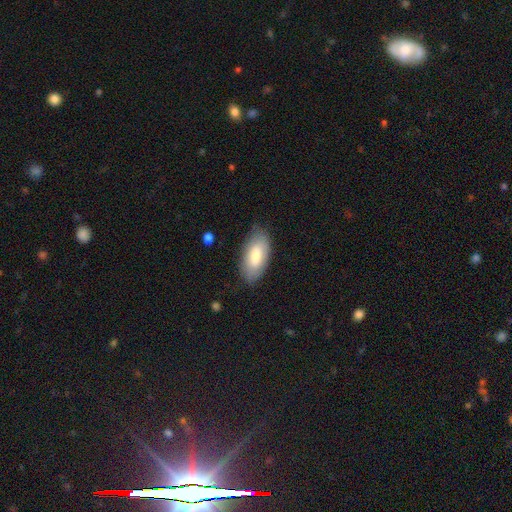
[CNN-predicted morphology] Smooth or featured? Predicted: smooth (p=0.76). How rounded? Predicted: in between (p=0.92). Merging? Predicted: none (p=0.81).